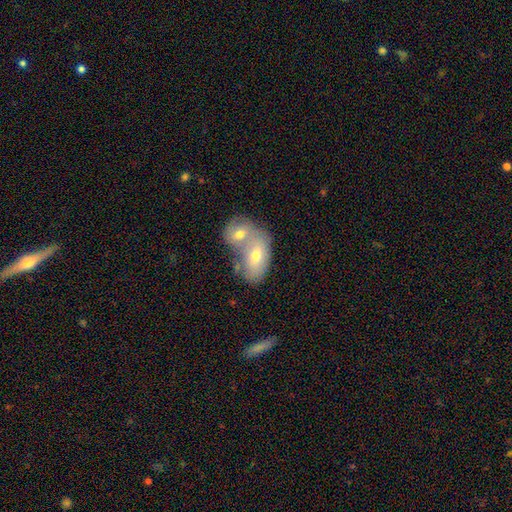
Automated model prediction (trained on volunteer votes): A smooth galaxy with no disk features (59%) that is in between round and cigar-shaped (84%). Merging: merger (72%).